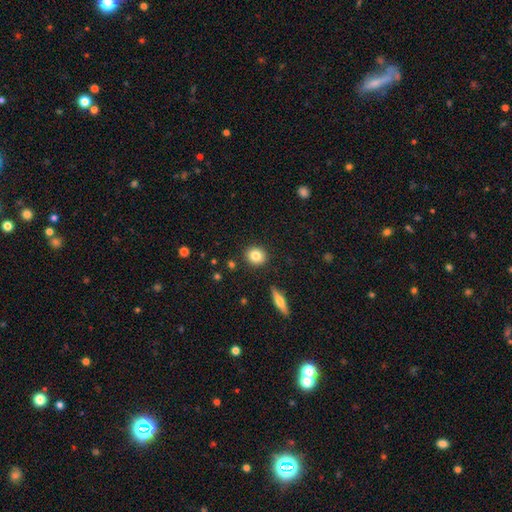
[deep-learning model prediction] Overall: smooth (81%). How rounded: round (80%). Merging: none (90%).